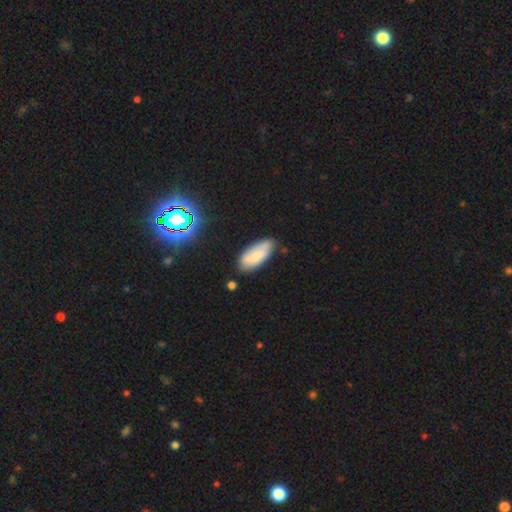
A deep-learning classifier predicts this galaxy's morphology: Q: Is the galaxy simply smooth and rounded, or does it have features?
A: smooth — 67%.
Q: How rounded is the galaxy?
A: in between — 84%.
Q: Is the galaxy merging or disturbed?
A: none — 70%.